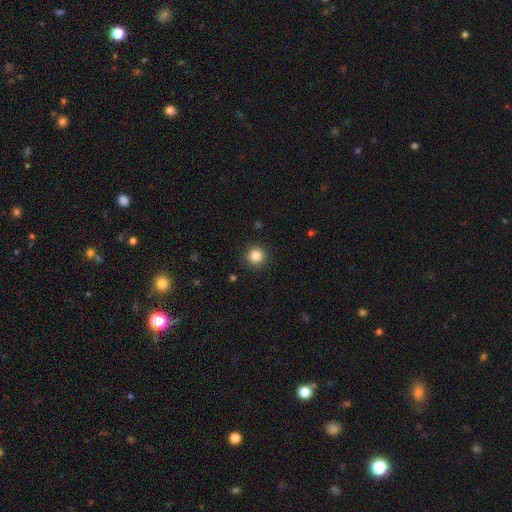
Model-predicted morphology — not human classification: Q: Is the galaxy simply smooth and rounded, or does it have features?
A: smooth — 86%.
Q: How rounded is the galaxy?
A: round — 95%.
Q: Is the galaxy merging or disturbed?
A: none — 90%.